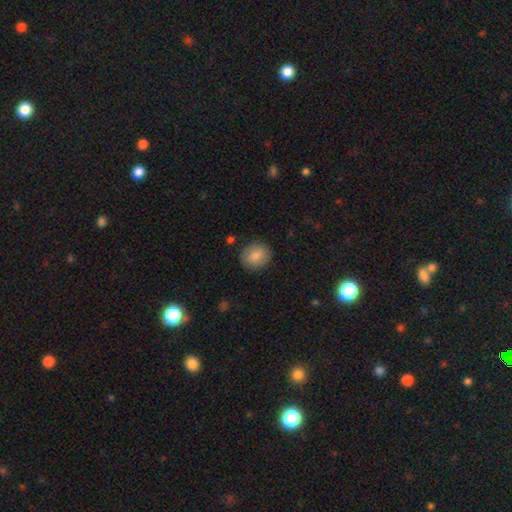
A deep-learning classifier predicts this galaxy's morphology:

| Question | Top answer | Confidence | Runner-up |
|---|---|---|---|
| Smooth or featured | smooth | 81% | featured or disk (12%) |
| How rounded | round | 72% | in between (27%) |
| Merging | none | 85% | minor disturbance (11%) |